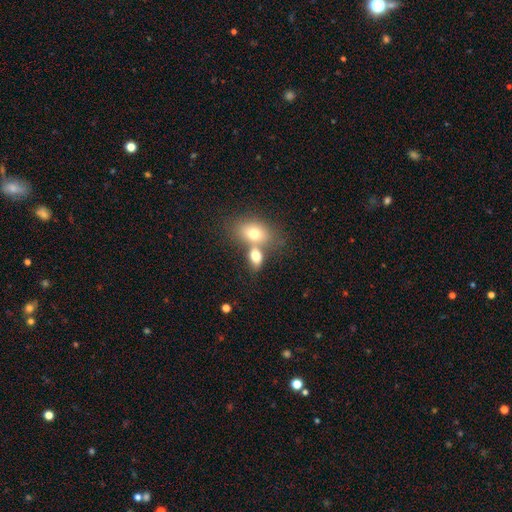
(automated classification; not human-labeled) This appears to be a smooth galaxy with no disk features (74%) that is in between round and cigar-shaped (79%). Merging: merger (56%).